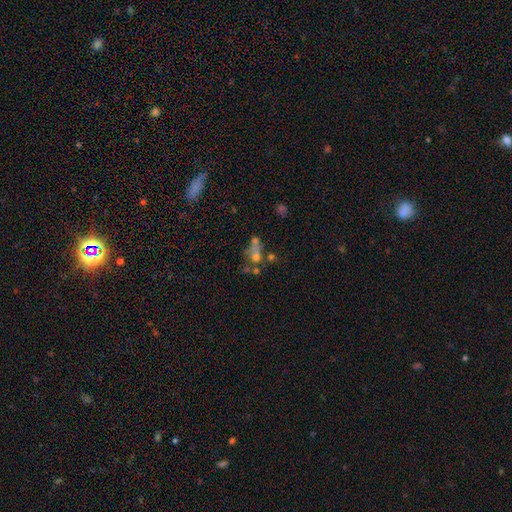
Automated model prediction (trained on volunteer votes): The model was most divided on "merging": merger: 44%, none: 28%, major disturbance: 17%, minor disturbance: 11%. Remaining: smooth or featured — smooth (46%).